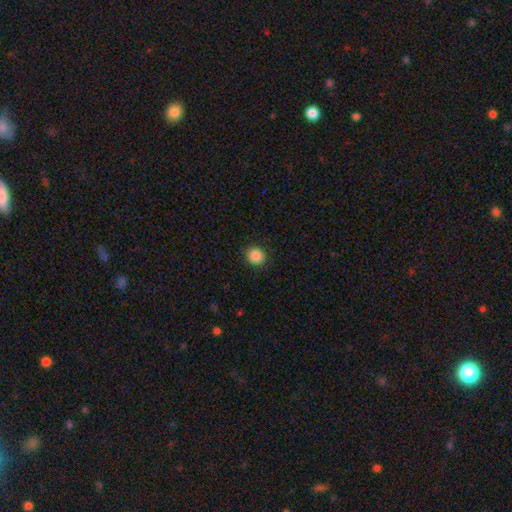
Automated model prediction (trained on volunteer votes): smooth_or_featured: smooth (p=0.87) [alt: star or artifact p=0.09]
how_rounded: round (p=0.89) [alt: in between p=0.10]
merging: none (p=0.90) [alt: minor disturbance p=0.07]